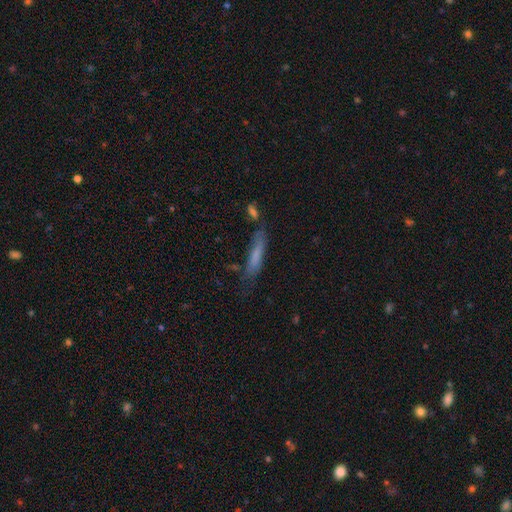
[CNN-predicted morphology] Smooth or featured? Predicted: smooth (p=0.66). How rounded? Predicted: cigar-shaped (p=0.83). Merging? Predicted: none (p=0.62).